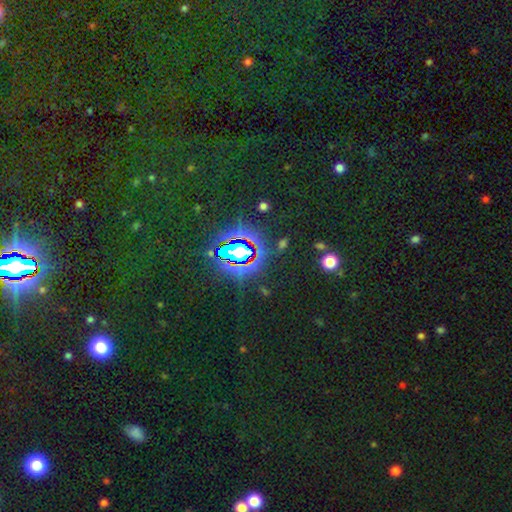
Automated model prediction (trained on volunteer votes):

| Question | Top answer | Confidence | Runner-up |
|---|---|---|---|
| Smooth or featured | star or artifact | 82% | smooth (11%) |